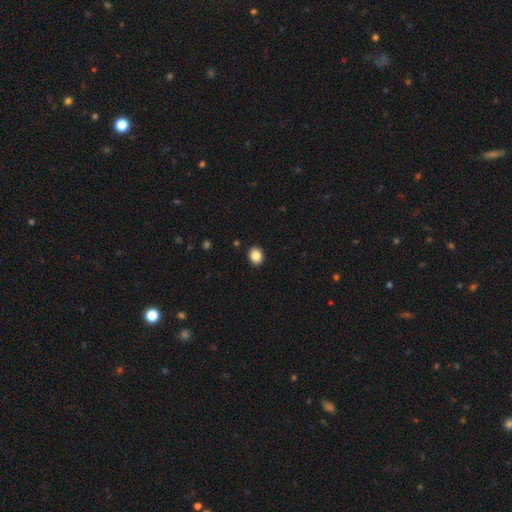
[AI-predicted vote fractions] The model was most divided on "how rounded": round: 65%, in between: 34%, cigar-shaped: 1%. More confident: merging — none (92%); smooth or featured — smooth (86%).